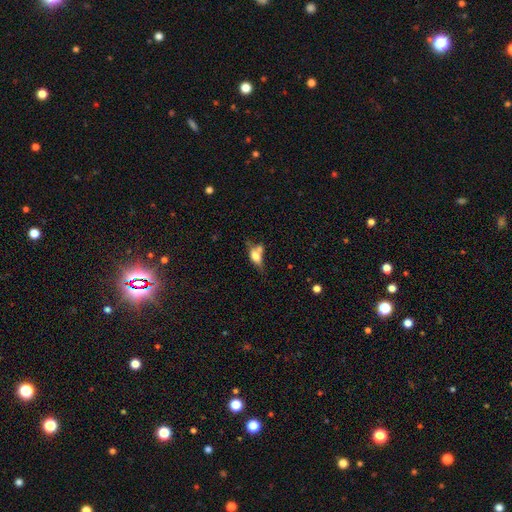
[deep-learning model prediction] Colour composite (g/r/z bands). It shows a smooth galaxy with no disk features (56%) that is in between round and cigar-shaped (72%). Merging: none (33%).